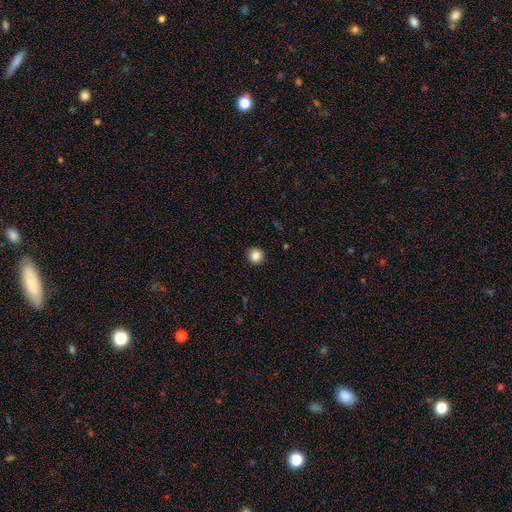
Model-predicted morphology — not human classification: Overall: smooth (86%). How rounded: round (92%). Merging: none (91%).